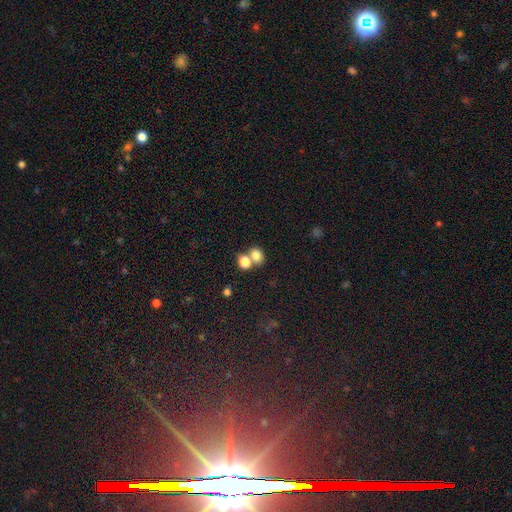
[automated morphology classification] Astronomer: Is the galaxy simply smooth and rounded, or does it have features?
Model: smooth — 79%.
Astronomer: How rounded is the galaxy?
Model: round — 52% (runner-up: in between, 47%).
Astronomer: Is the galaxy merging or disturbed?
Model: merger — 44%, tied with none at 44%.